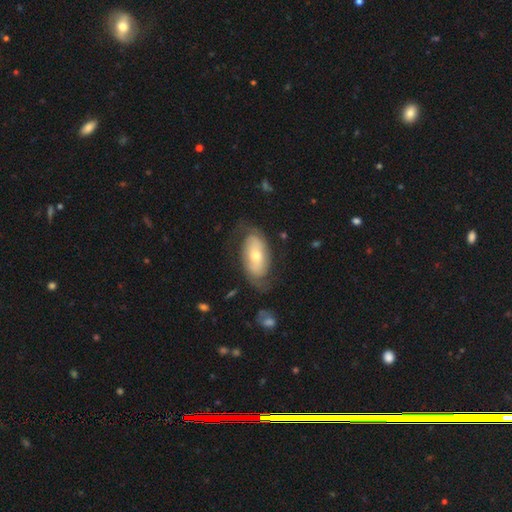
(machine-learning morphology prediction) A featured or disk galaxy (58%) with no bar (60%), spiral arms (70%) and a moderate central bulge (56%).

Vote fractions:
- Smooth or featured? featured or disk: 58% / smooth: 36% / star or artifact: 6%
- Edge-on disk? no: 91% / yes: 9%
- Bar? no: 60% / weak: 25% / strong: 15%
- Spiral arms? yes: 70% / no: 30%
- Bulge size? moderate: 56% / small: 37% / large: 5% / dominant: 1% / none: 1%
- Merging? none: 61% / minor disturbance: 21% / major disturbance: 16% / merger: 2%